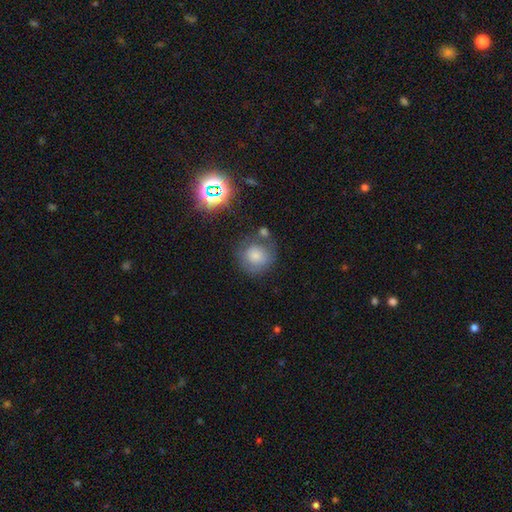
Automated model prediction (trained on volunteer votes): A smooth galaxy with no disk features (72%) that is round (89%).

Vote fractions:
- Smooth or featured? smooth: 72% / featured or disk: 16% / star or artifact: 12%
- How rounded? round: 89% / in between: 10% / cigar-shaped: 1%
- Merging? none: 61% / minor disturbance: 20% / merger: 10% / major disturbance: 9%